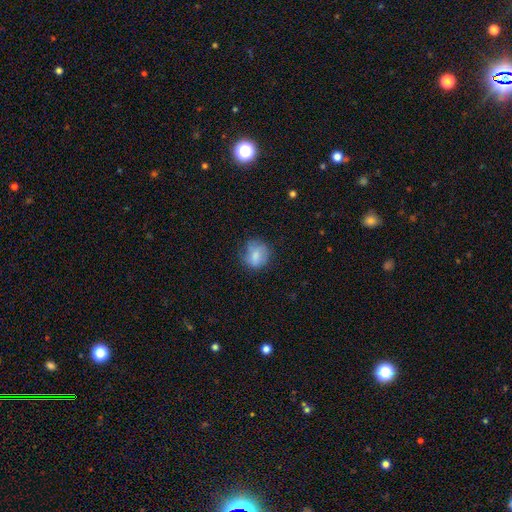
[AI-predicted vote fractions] A smooth galaxy with no disk features (79%) that is round (71%). Merging: none (64%).